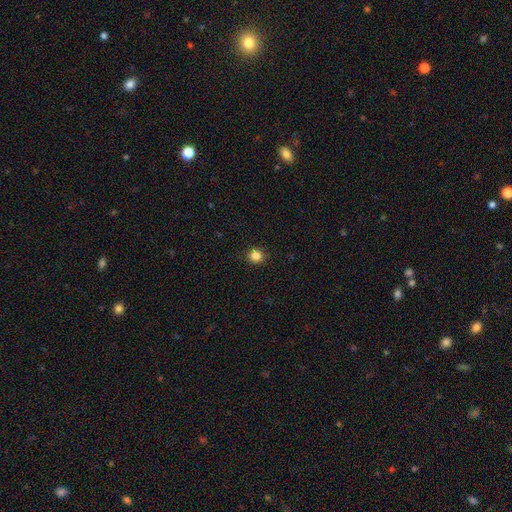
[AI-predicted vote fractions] smooth_or_featured: smooth (p=0.83) [alt: star or artifact p=0.12]
how_rounded: round (p=0.90) [alt: in between p=0.09]
merging: none (p=0.91) [alt: minor disturbance p=0.06]